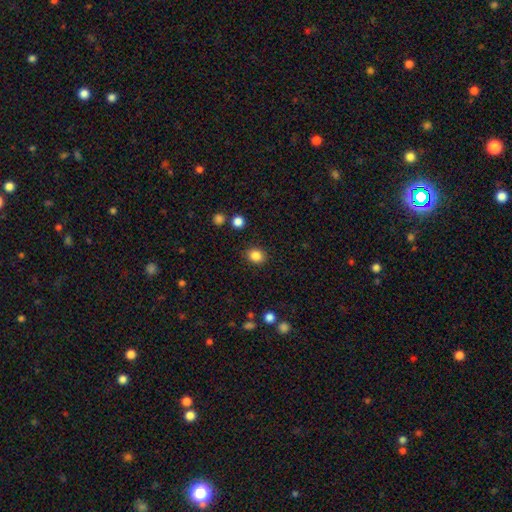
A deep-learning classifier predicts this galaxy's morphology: A smooth galaxy with no disk features (86%) that is round (57%). Merging: none (88%).